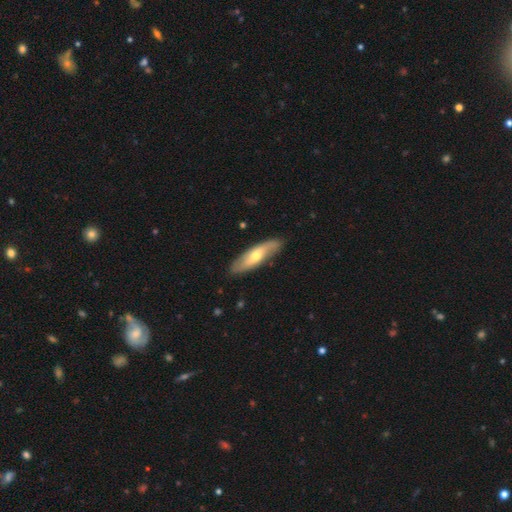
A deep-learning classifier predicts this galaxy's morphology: This appears to be a featured or disk galaxy (50%). Merging: none (85%).